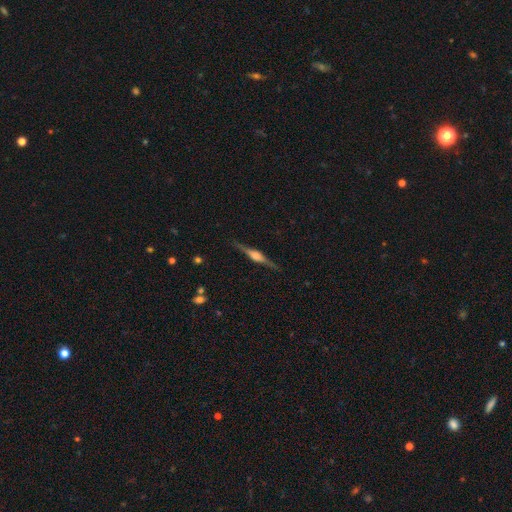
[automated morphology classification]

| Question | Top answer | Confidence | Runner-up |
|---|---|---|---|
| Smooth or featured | featured or disk | 82% | smooth (12%) |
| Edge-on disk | yes | 98% | no (2%) |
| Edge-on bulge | rounded | 74% | boxy (23%) |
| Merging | none | 88% | minor disturbance (8%) |